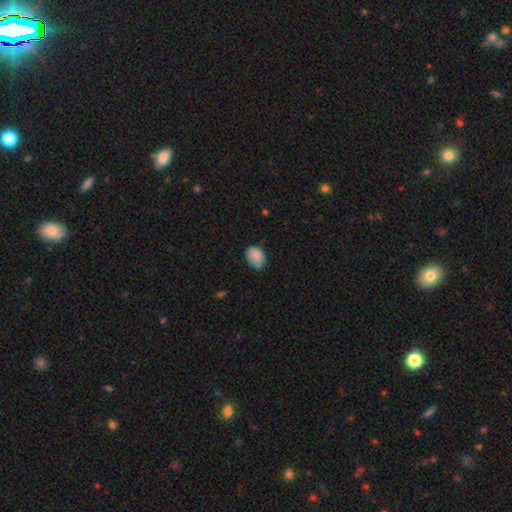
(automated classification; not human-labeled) Smooth or featured?
  - smooth: 86% *
  - star or artifact: 8%
  - featured or disk: 6%
How rounded?
  - in between: 80% *
  - round: 19%
  - cigar-shaped: 1%
Merging?
  - none: 66% *
  - minor disturbance: 29%
  - major disturbance: 4%
  - merger: 1%